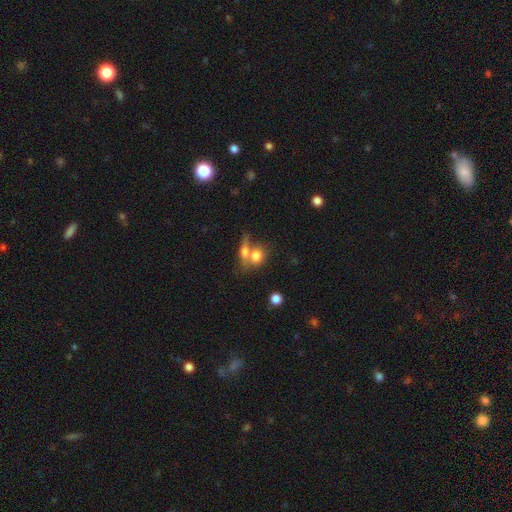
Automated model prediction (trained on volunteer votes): smooth-or-featured: smooth: 73% | featured or disk: 18% | star or artifact: 9%
  how-rounded: round: 51% | in between: 43% | cigar-shaped: 5%
  merging: merger: 51% | none: 35% | minor disturbance: 9% | major disturbance: 5%